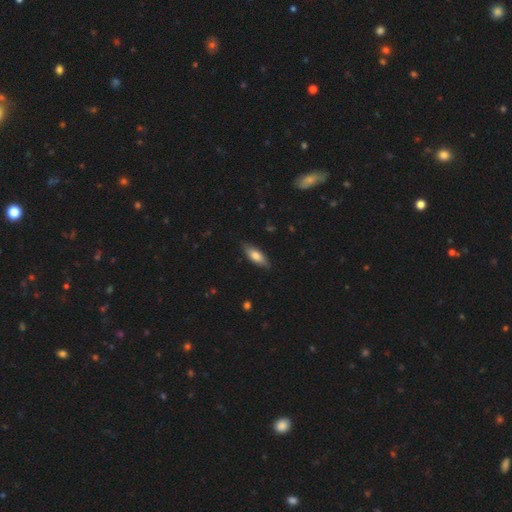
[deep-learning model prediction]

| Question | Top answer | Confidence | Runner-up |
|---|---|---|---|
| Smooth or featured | smooth | 71% | featured or disk (23%) |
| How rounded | in between | 69% | cigar-shaped (29%) |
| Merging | none | 83% | minor disturbance (14%) |